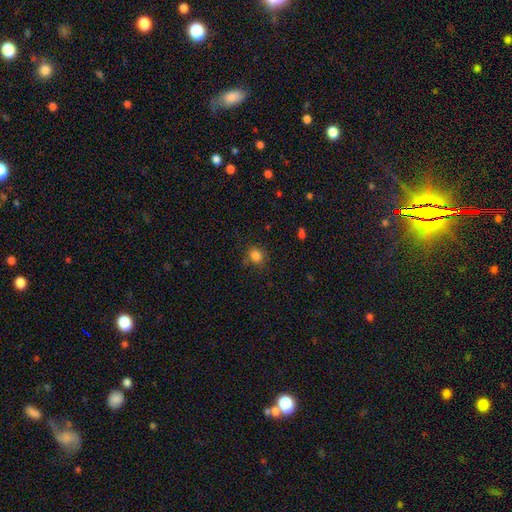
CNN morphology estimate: This is clearly a smooth galaxy (82%). How rounded: likely round (72%). Merging: likely none (78%).